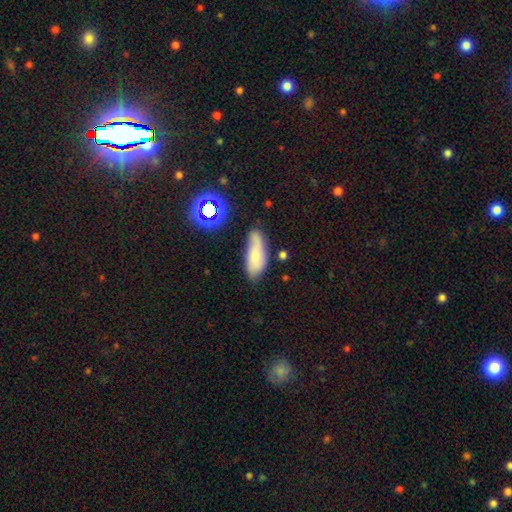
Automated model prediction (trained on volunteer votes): smooth_or_featured: smooth (p=0.63) [alt: featured or disk p=0.26]
how_rounded: in between (p=0.76) [alt: cigar-shaped p=0.20]
merging: none (p=0.57) [alt: minor disturbance p=0.29]